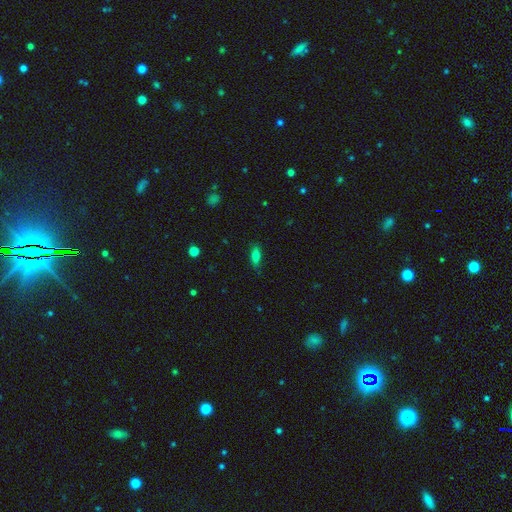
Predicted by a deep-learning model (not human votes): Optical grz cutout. It shows a smooth galaxy with no disk features (73%) that is in between round and cigar-shaped (65%). Merging: none (74%).